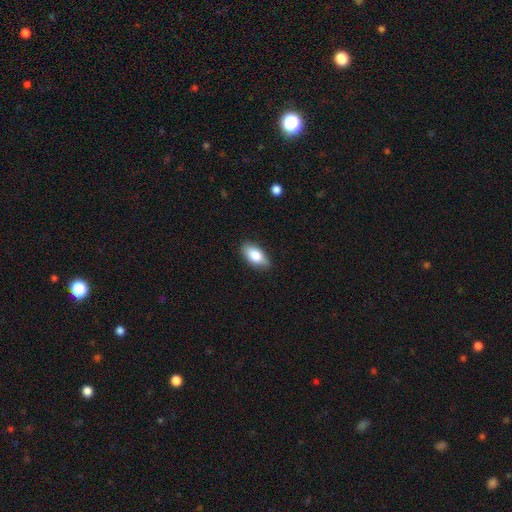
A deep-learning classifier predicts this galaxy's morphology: Smooth or featured? Predicted: smooth (p=0.82). How rounded? Predicted: in between (p=0.91). Merging? Predicted: none (p=0.85).